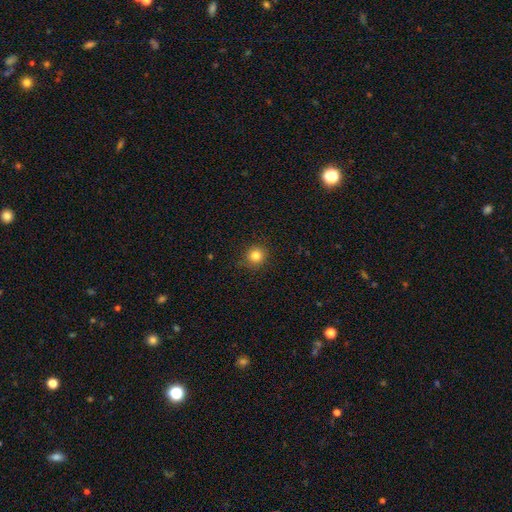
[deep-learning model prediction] Smooth or featured? Predicted: smooth (p=0.83). How rounded? Predicted: round (p=0.91). Merging? Predicted: none (p=0.89).